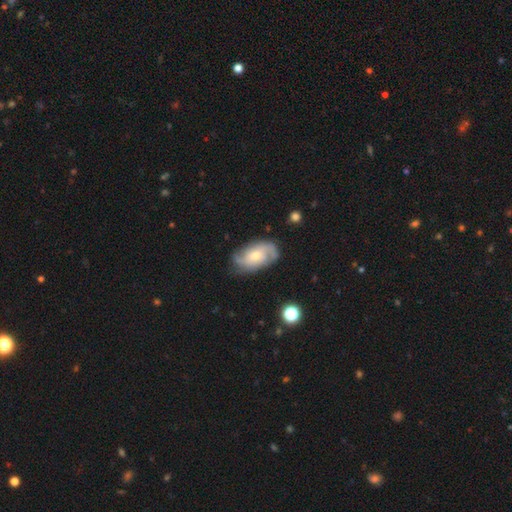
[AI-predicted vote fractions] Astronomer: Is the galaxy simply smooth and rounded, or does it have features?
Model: featured or disk — 71%.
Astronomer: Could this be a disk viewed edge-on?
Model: no — 95%.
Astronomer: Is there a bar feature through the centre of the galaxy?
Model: no — 66%.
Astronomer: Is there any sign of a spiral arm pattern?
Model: yes — 91%.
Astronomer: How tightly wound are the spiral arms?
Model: medium — 43% (runner-up: tight, 29%).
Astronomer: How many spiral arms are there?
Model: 2 — 62%.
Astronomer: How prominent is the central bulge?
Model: small — 47% (runner-up: moderate, 46%).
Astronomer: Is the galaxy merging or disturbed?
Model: none — 72%.